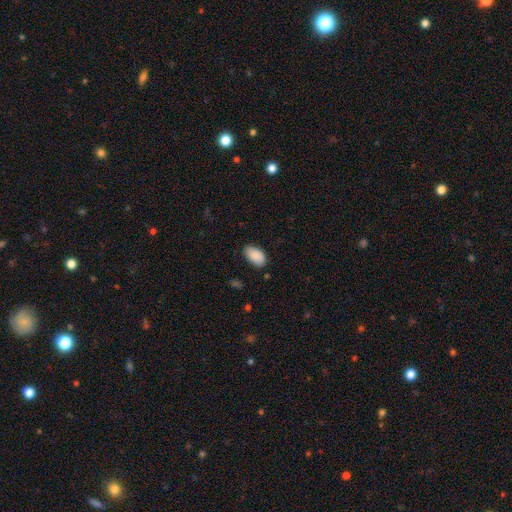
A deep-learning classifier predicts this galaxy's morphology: This is clearly a smooth galaxy (90%). How rounded: clearly in between (94%). Merging: likely none (80%).